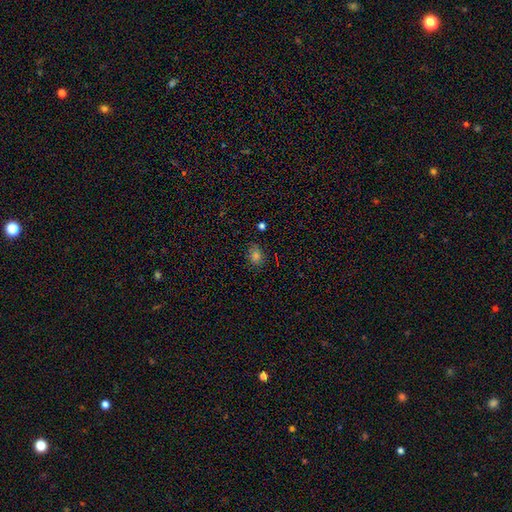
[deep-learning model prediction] smooth_or_featured: smooth (p=0.71) [alt: star or artifact p=0.21]
how_rounded: round (p=0.51) [alt: in between p=0.48]
merging: none (p=0.80) [alt: minor disturbance p=0.15]